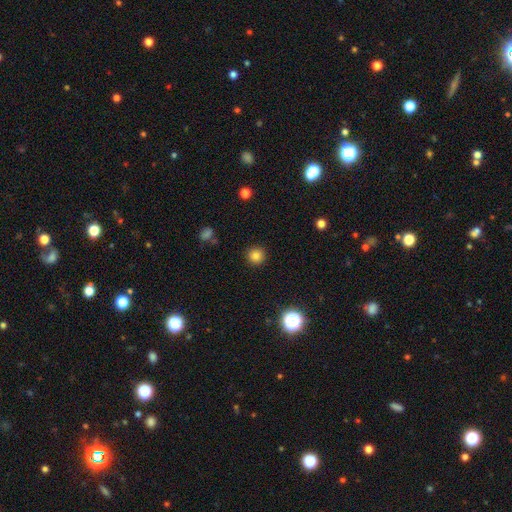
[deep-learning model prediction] Smooth or featured: smooth — 81% (star or artifact — 13%)
How rounded: round — 95% (in between — 4%)
Merging: none — 92% (minor disturbance — 5%)